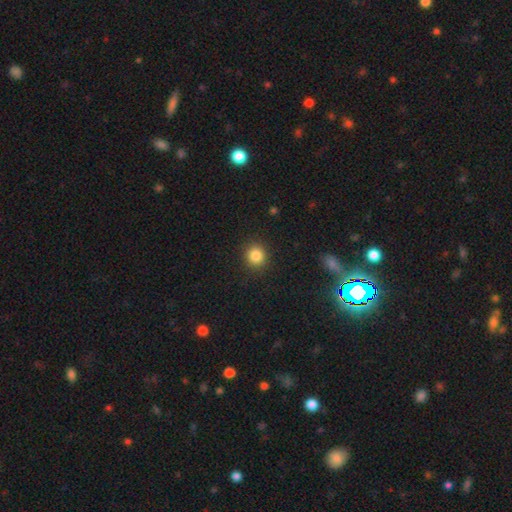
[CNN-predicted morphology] type=smooth (85%); roundness=round (90%); merging=none (91%).